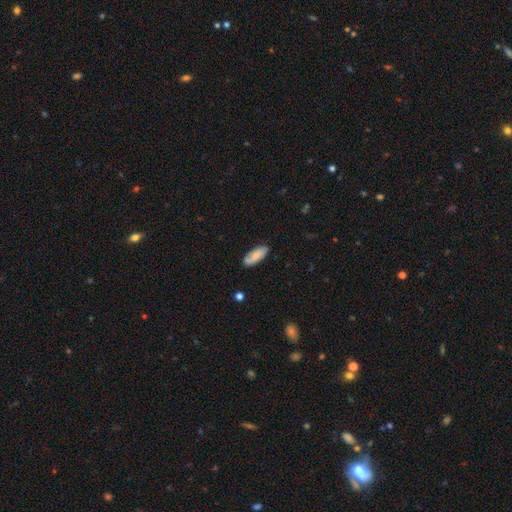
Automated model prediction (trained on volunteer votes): This appears to be a smooth galaxy with no disk features (65%) that is in between round and cigar-shaped (77%). Merging: none (78%).